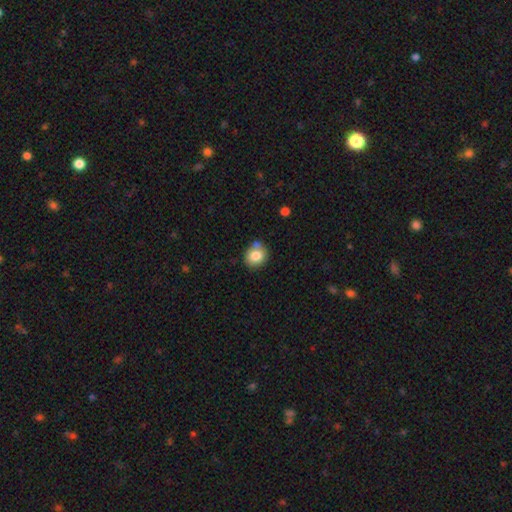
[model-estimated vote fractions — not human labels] smooth 81%, featured or disk 10%, star or artifact 9%. Down the decision tree: how rounded — round (73%); merging — none (65%).